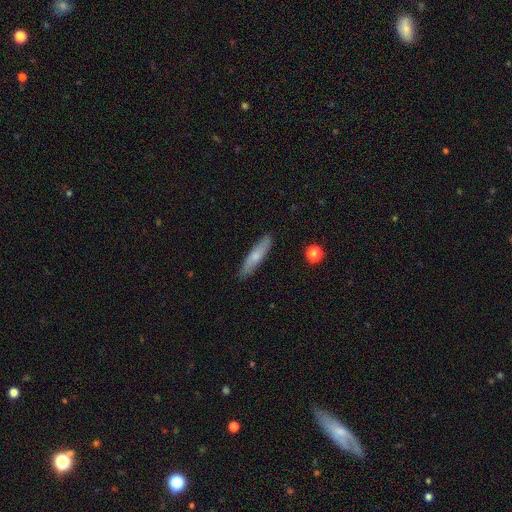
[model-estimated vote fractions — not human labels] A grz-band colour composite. It shows a smooth galaxy with no disk features (65%) that is cigar-shaped (83%). Merging: none (88%).